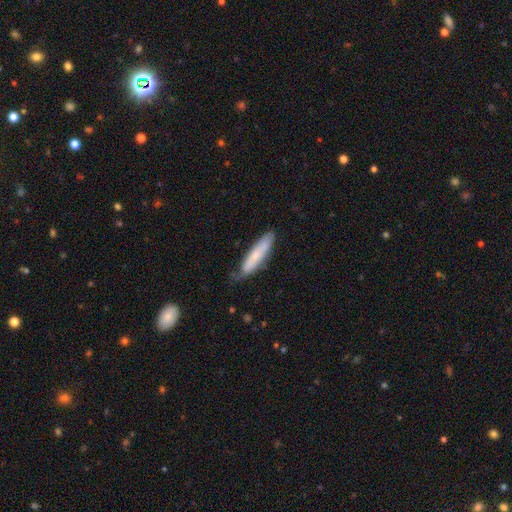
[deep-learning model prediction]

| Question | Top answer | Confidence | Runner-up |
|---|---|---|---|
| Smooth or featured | smooth | 64% | featured or disk (30%) |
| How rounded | cigar-shaped | 79% | in between (20%) |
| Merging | none | 63% | minor disturbance (28%) |